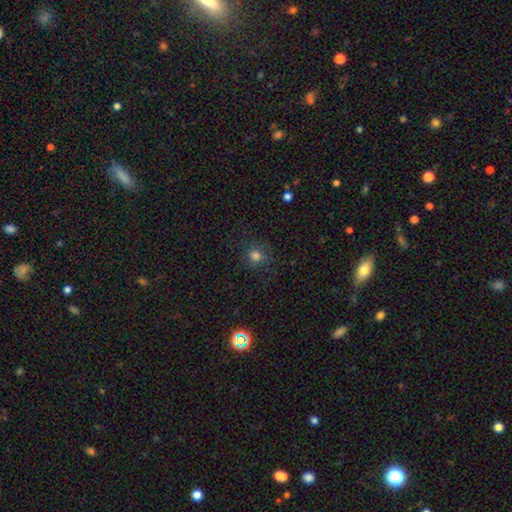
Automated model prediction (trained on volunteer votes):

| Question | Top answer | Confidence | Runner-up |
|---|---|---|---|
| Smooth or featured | smooth | 77% | star or artifact (17%) |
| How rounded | round | 90% | in between (9%) |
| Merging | none | 82% | minor disturbance (11%) |